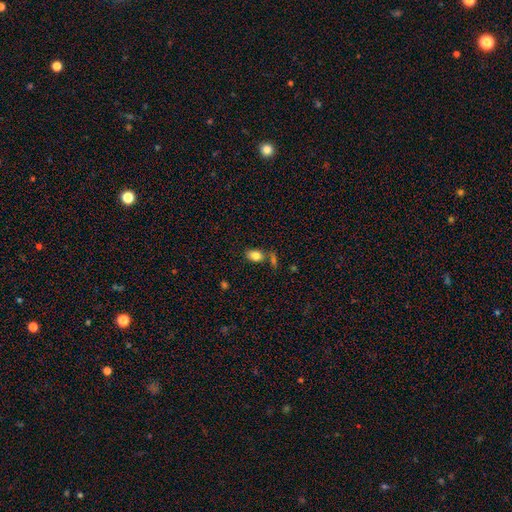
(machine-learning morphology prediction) Overall: smooth (83%). How rounded: in between (88%). Merging: none (63%).